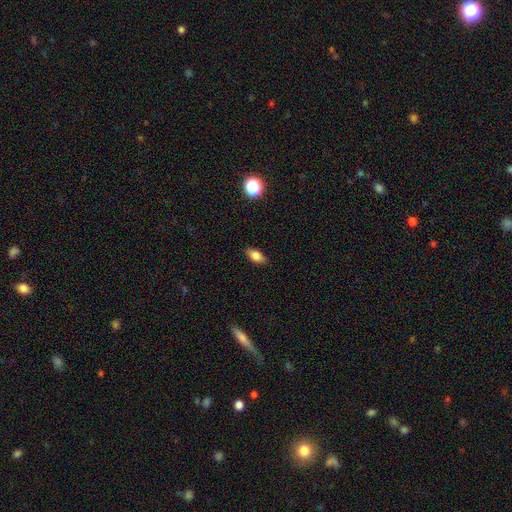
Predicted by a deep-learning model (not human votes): This is likely a smooth galaxy (80%). How rounded: clearly in between (84%). Merging: clearly none (86%).